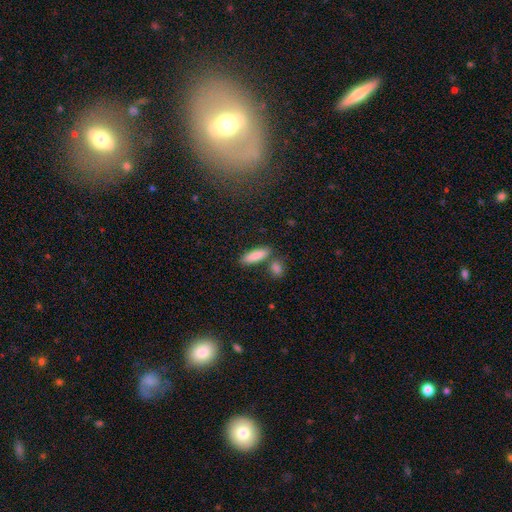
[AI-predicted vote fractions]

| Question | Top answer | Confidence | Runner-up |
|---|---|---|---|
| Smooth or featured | smooth | 85% | featured or disk (8%) |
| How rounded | cigar-shaped | 53% | in between (45%) |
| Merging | none | 71% | merger (15%) |